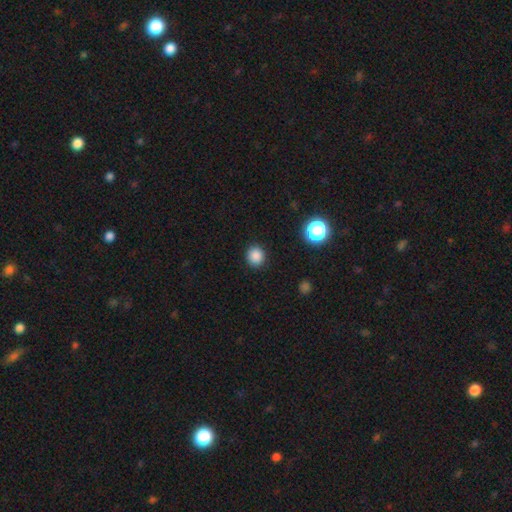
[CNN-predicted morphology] Smooth or featured? smooth (85%)
How rounded? round (81%)
Merging? none (90%)